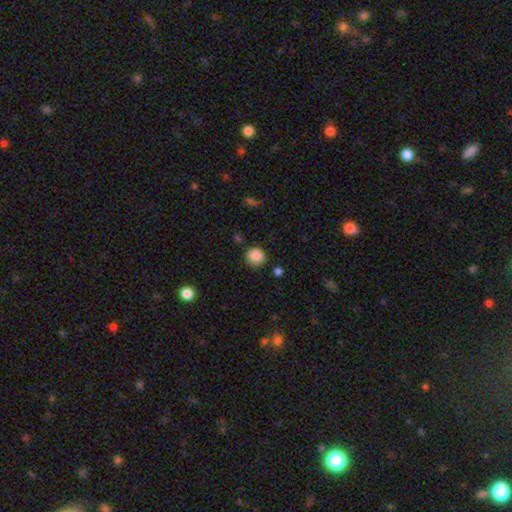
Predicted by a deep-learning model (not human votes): Smooth or featured?
  - smooth: 87% *
  - star or artifact: 10%
  - featured or disk: 3%
How rounded?
  - round: 87% *
  - in between: 12%
  - cigar-shaped: 1%
Merging?
  - none: 81% *
  - minor disturbance: 13%
  - major disturbance: 3%
  - merger: 3%